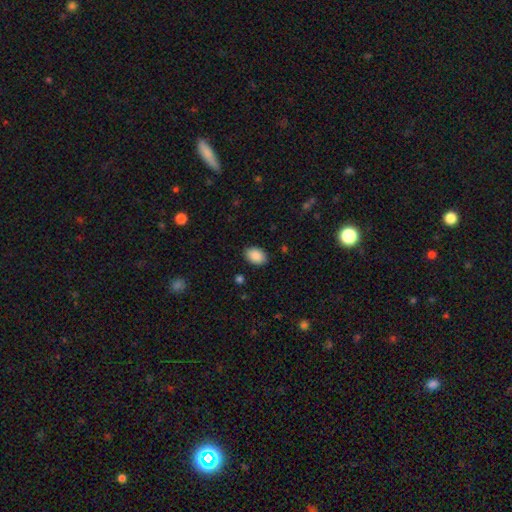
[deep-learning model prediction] Q: Smooth or featured?
A: smooth (90%); runner-up: star or artifact (7%)
Q: How rounded?
A: in between (85%); runner-up: round (14%)
Q: Merging?
A: none (88%); runner-up: minor disturbance (9%)